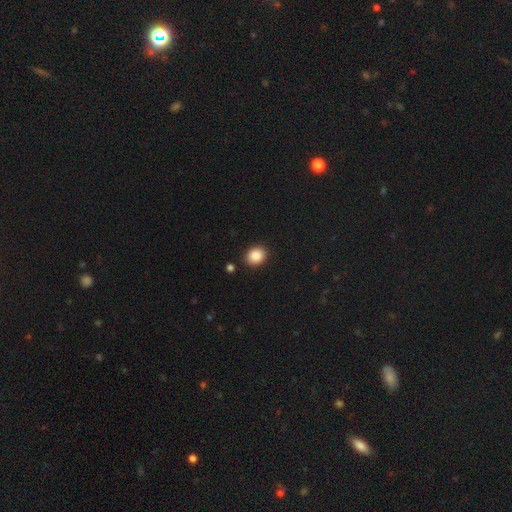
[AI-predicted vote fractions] Smooth or featured? smooth (89%)
How rounded? round (55%)
Merging? none (89%)